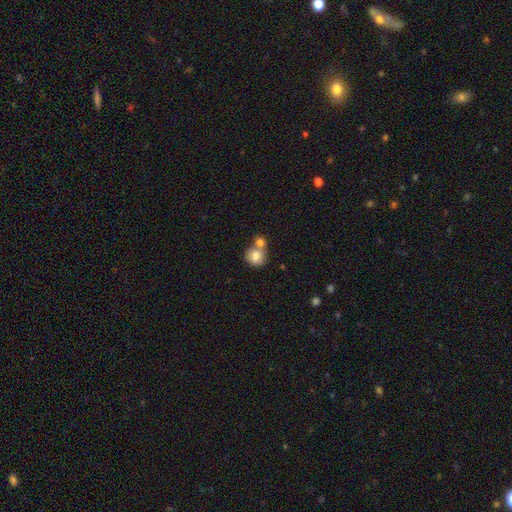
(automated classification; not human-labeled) smooth_or_featured: smooth (p=0.81) [alt: featured or disk p=0.10]
how_rounded: round (p=0.85) [alt: in between p=0.14]
merging: merger (p=0.47) [alt: none p=0.43]